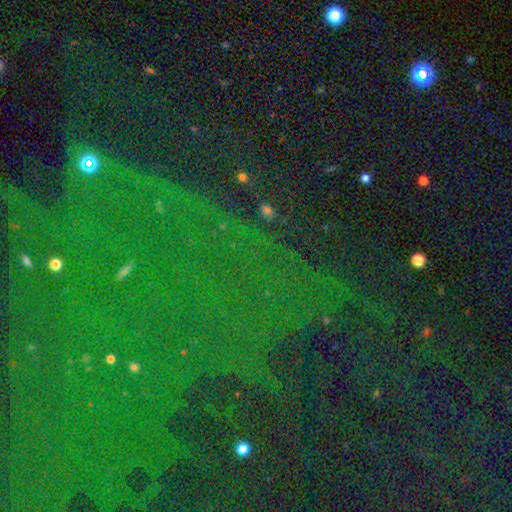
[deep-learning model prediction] This is clearly a star or artifact rather than a galaxy (85%).